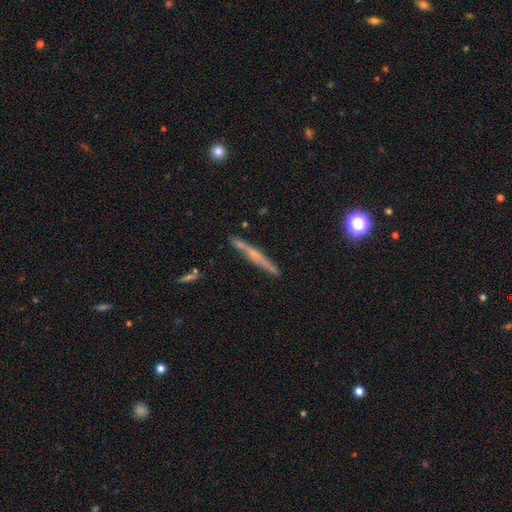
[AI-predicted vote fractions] smooth_or_featured: featured or disk (p=0.58) [alt: smooth p=0.33]
disk_edge_on: yes (p=0.95) [alt: no p=0.05]
edge_on_bulge: none (p=0.44) [alt: rounded p=0.43]
merging: none (p=0.82) [alt: minor disturbance p=0.11]